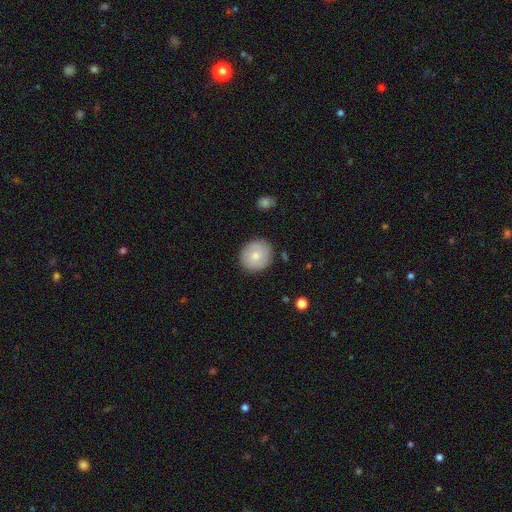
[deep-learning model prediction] A smooth galaxy with no disk features (74%) that is round (83%).

Vote fractions:
- Smooth or featured? smooth: 74% / featured or disk: 19% / star or artifact: 7%
- How rounded? round: 83% / in between: 16% / cigar-shaped: 1%
- Merging? none: 87% / minor disturbance: 9% / major disturbance: 2% / merger: 1%